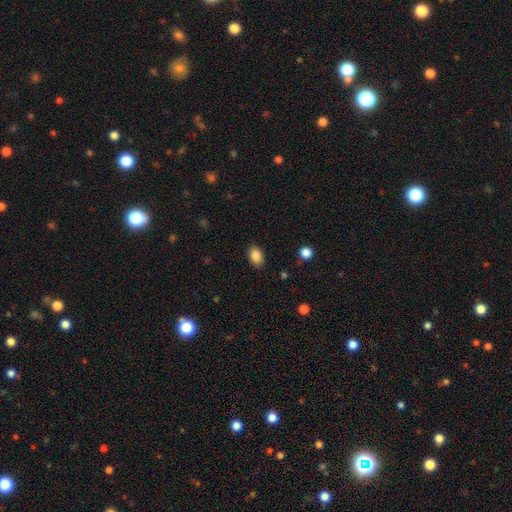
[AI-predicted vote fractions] smooth 87%, star or artifact 8%, featured or disk 5%. Down the decision tree: how rounded — in between (84%); merging — none (87%).